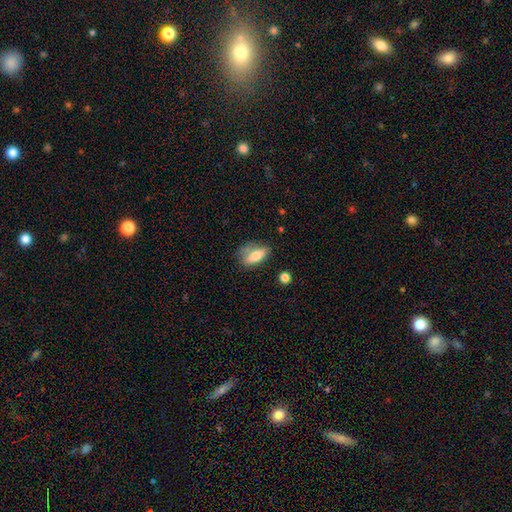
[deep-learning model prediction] This is likely a smooth galaxy (68%). How rounded: likely in between (72%). Merging: possibly none (53%).